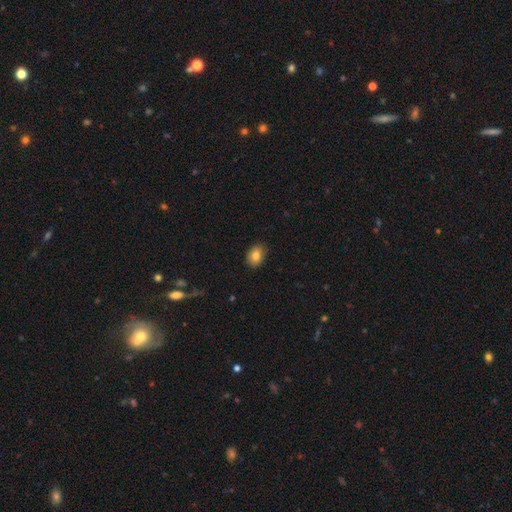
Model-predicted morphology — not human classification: smooth_or_featured: smooth (p=0.82) [alt: featured or disk p=0.09]
how_rounded: in between (p=0.70) [alt: round p=0.29]
merging: none (p=0.87) [alt: minor disturbance p=0.10]